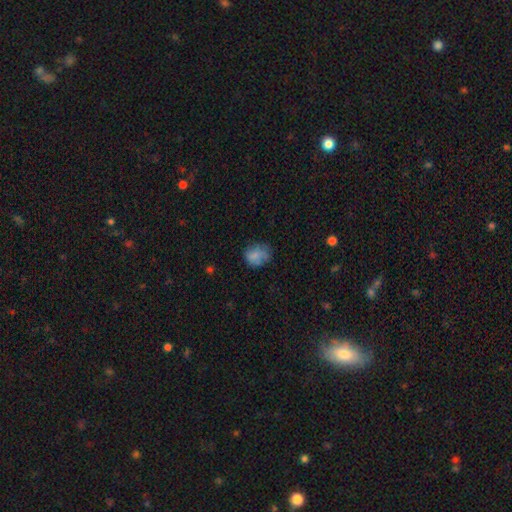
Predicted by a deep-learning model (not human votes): This is likely a smooth galaxy (73%). How rounded: possibly in between (56%). Merging: possibly none (53%).